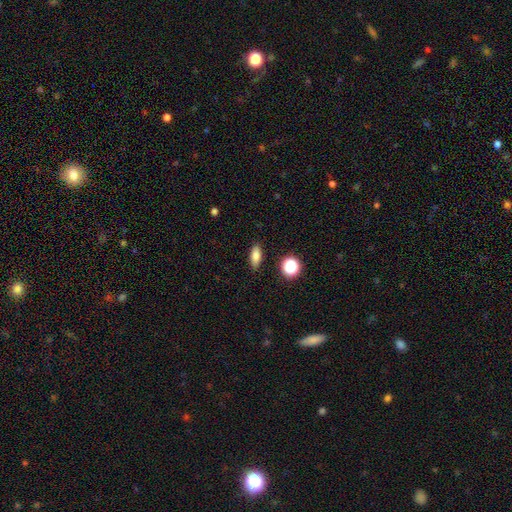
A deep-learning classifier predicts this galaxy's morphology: smooth_or_featured: smooth (p=0.81) [alt: star or artifact p=0.10]
how_rounded: in between (p=0.72) [alt: cigar-shaped p=0.21]
merging: none (p=0.88) [alt: minor disturbance p=0.08]